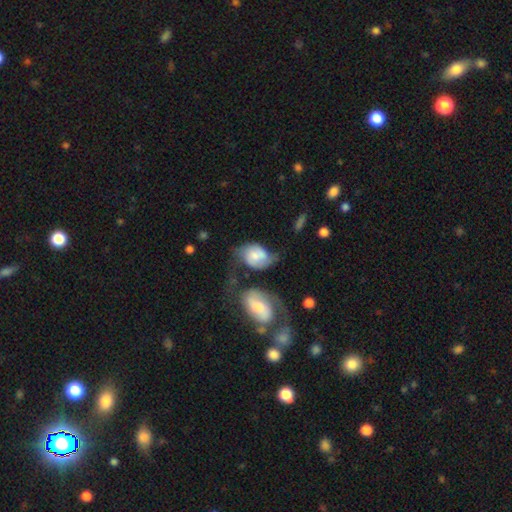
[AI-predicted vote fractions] A smooth galaxy with no disk features (46%, tied with featured or disk). Merging: none (32%).